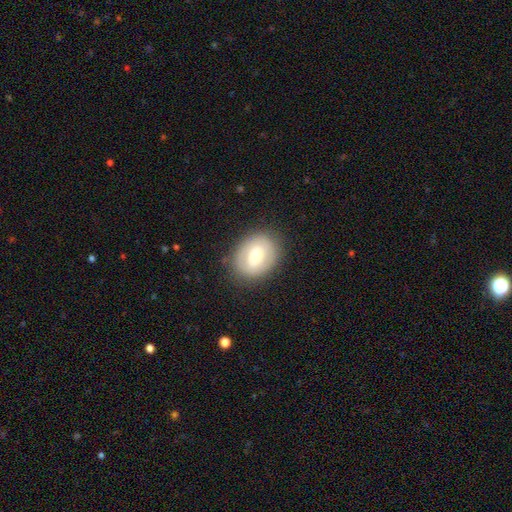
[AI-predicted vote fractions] smooth_or_featured: smooth (p=0.58) [alt: featured or disk p=0.34]
how_rounded: in between (p=0.51) [alt: round p=0.48]
merging: none (p=0.83) [alt: minor disturbance p=0.12]